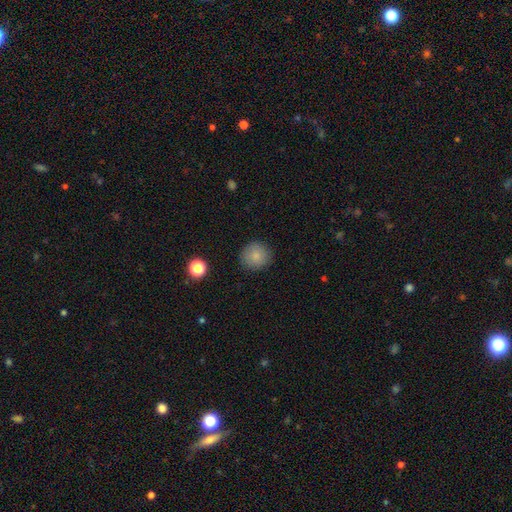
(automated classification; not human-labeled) The model was most divided on "smooth or featured": smooth: 84%, star or artifact: 9%, featured or disk: 7%. More confident: how rounded — round (92%); merging — none (88%).